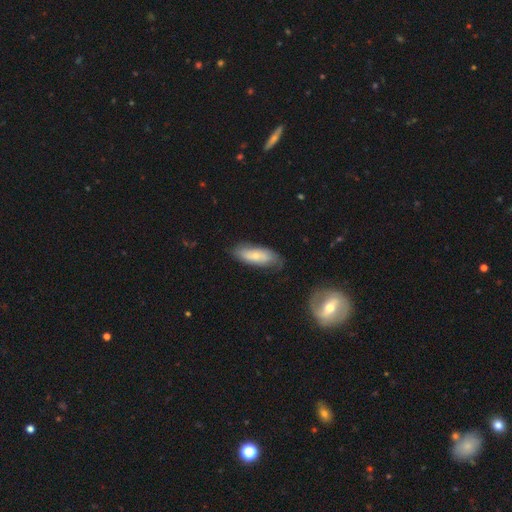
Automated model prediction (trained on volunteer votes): A smooth galaxy with no disk features (54%) that is in between round and cigar-shaped (70%). Merging: none (68%).